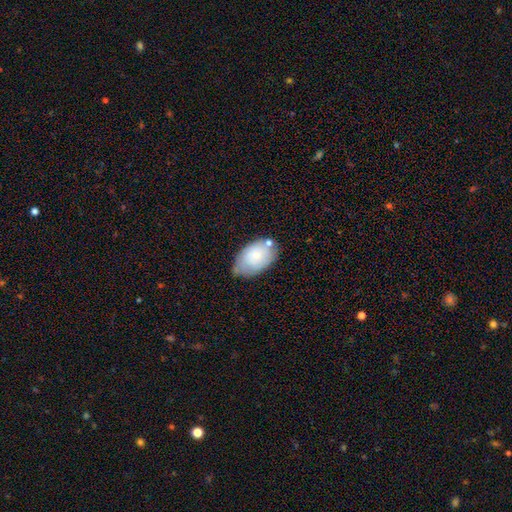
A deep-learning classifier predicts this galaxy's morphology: This appears to be a smooth galaxy with no disk features (67%) that is in between round and cigar-shaped (92%). Merging: none (55%).